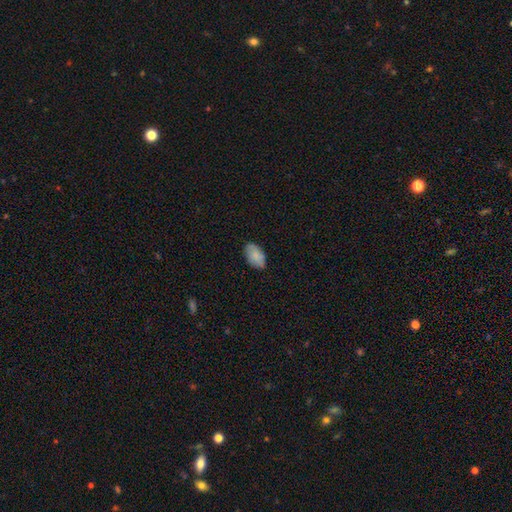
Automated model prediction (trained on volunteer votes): Smooth or featured: smooth — 79% (featured or disk — 14%)
How rounded: in between — 93% (round — 5%)
Merging: none — 78% (minor disturbance — 18%)